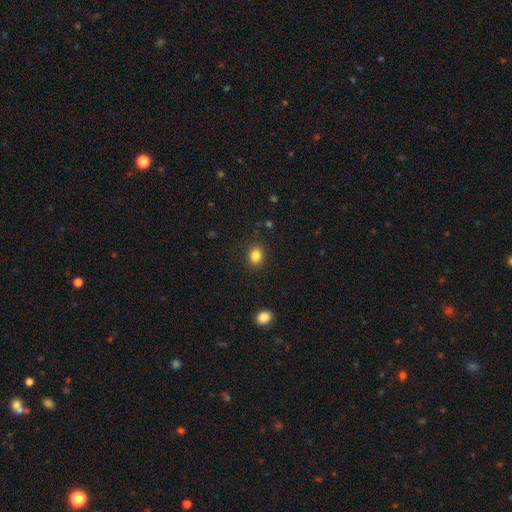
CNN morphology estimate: smooth 84%, star or artifact 11%, featured or disk 5%. Down the decision tree: how rounded — round (61%); merging — none (88%).